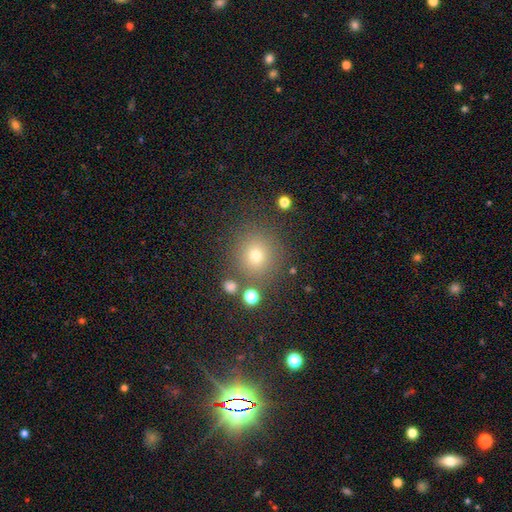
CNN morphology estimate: Overall: smooth (69%). How rounded: round (90%). Merging: none (82%).